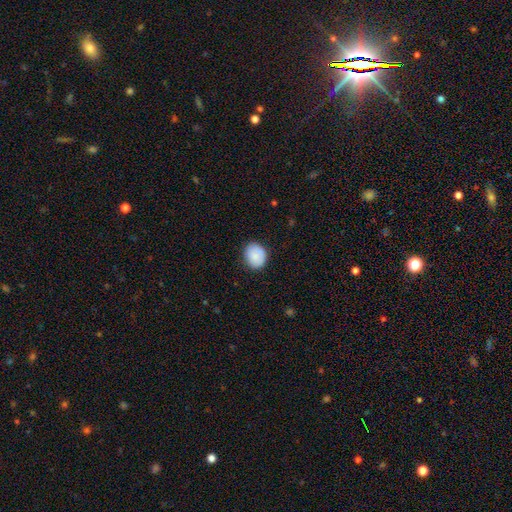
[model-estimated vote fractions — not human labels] Smooth or featured? smooth (84%)
How rounded? round (56%)
Merging? none (82%)